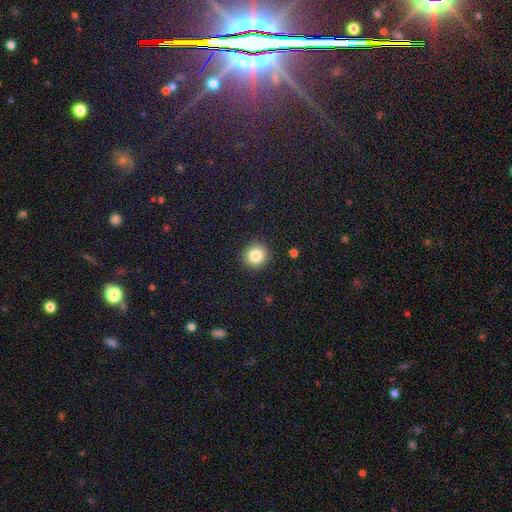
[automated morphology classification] Smooth or featured? smooth (83%)
How rounded? round (93%)
Merging? none (92%)